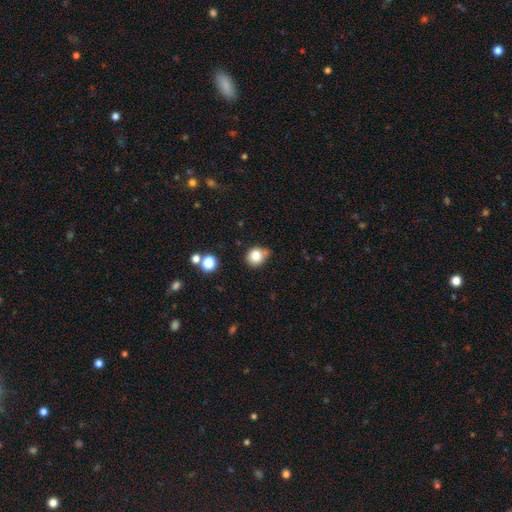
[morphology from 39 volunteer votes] Smooth or featured? 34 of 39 (87%) said smooth. How rounded? 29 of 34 (85%) said round. Merging? 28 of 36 (78%) said none.